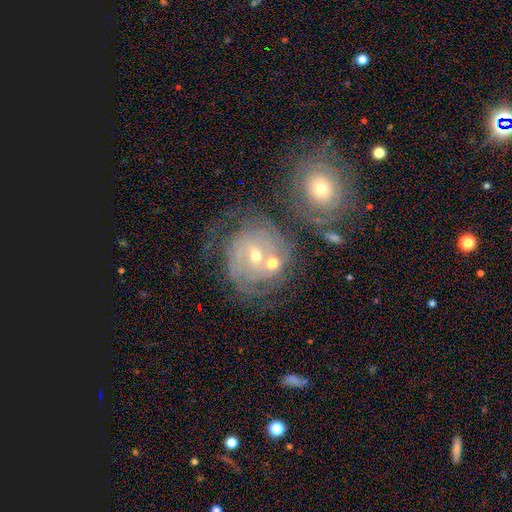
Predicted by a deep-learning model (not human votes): Smooth or featured: featured or disk — 80% (smooth — 13%)
Edge-on disk: no — 97% (yes — 3%)
Bar: no — 54% (weak — 35%)
Spiral arms: yes — 91% (no — 9%)
Spiral winding: tight — 69% (medium — 24%)
Spiral arm count: can't tell — 37% (2 — 31%)
Bulge size: small — 54% (moderate — 41%)
Merging: none — 47% (merger — 26%)